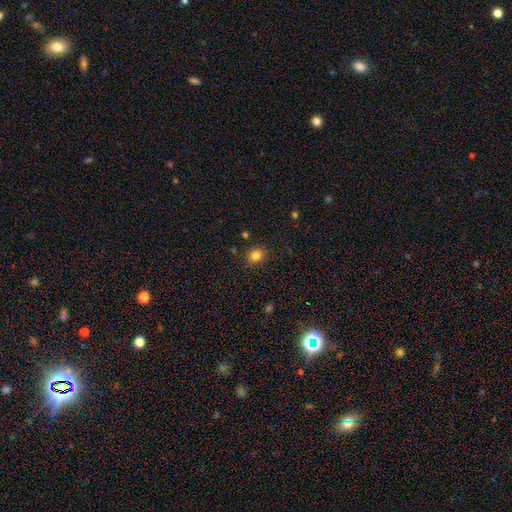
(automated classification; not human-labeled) The model was most divided on "how rounded": round: 73%, in between: 26%, cigar-shaped: 1%. More confident: merging — none (86%); smooth or featured — smooth (82%).